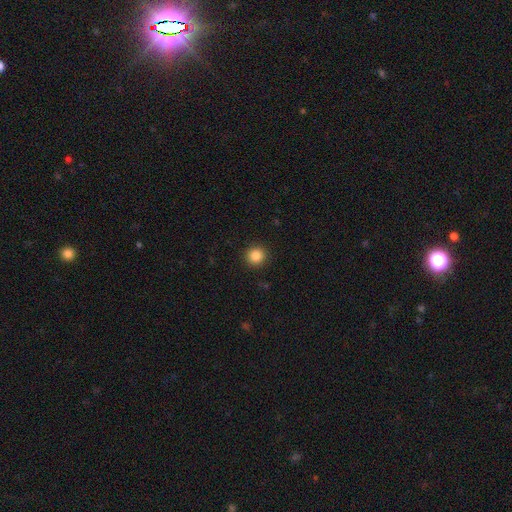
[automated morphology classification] Smooth or featured?
  - smooth: 86% *
  - star or artifact: 10%
  - featured or disk: 4%
How rounded?
  - round: 94% *
  - in between: 5%
  - cigar-shaped: 1%
Merging?
  - none: 92% *
  - minor disturbance: 5%
  - major disturbance: 2%
  - merger: 1%